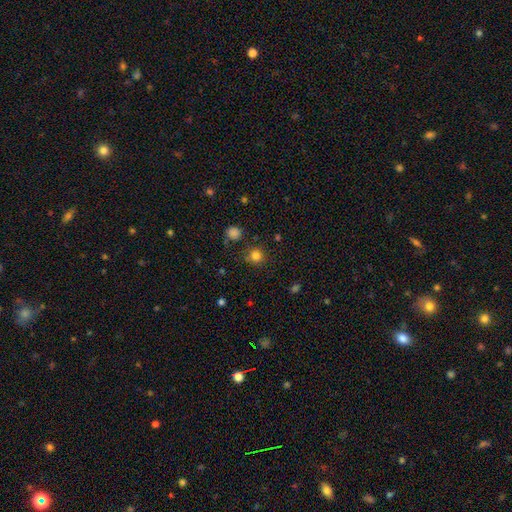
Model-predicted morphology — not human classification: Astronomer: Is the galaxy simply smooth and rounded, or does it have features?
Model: smooth — 82%.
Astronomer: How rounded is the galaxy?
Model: round — 92%.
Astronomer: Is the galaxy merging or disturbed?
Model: none — 83%.